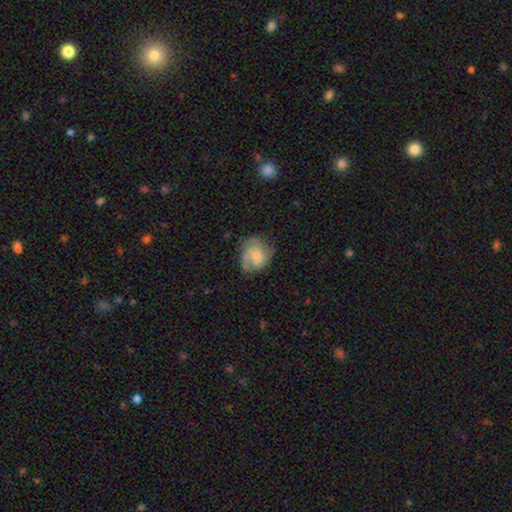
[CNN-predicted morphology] A featured or disk galaxy (66%) with no bar (69%), 3 (32%) medium (47%) spiral arms (89%) and a small central bulge (59%).

Vote fractions:
- Smooth or featured? featured or disk: 66% / smooth: 27% / star or artifact: 7%
- Edge-on disk? no: 98% / yes: 2%
- Bar? no: 69% / weak: 27% / strong: 4%
- Spiral arms? yes: 89% / no: 11%
- Spiral winding? medium: 47% / tight: 30% / loose: 23%
- Spiral arm count? 3: 32% / 2: 27% / can't tell: 22% / 1: 8% / 4: 6% / more than 4: 4%
- Bulge size? small: 59% / moderate: 30% / none: 8% / large: 2% / dominant: 1%
- Merging? none: 58% / minor disturbance: 25% / major disturbance: 15% / merger: 2%